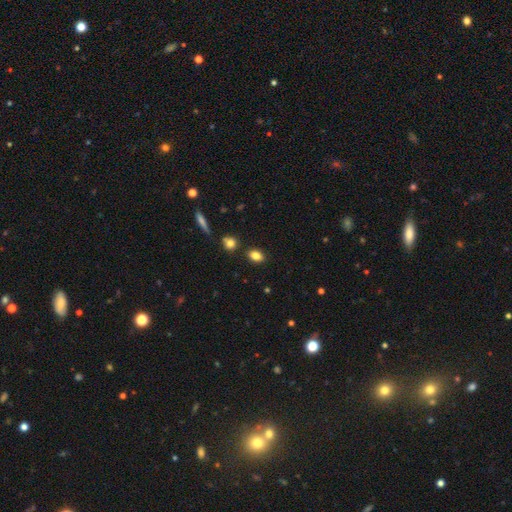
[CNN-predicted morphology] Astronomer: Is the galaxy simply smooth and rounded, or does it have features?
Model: smooth — 83%.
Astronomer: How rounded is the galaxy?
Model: in between — 81%.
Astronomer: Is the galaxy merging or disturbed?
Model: none — 83%.